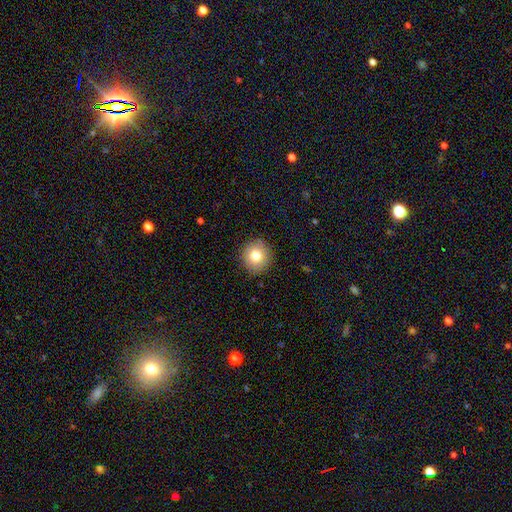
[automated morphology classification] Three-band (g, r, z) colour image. It shows a smooth galaxy with no disk features (80%) that is round (90%). Merging: none (90%).